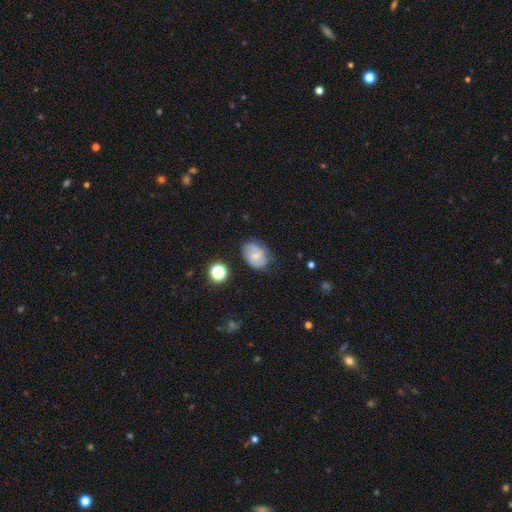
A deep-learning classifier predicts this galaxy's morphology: This appears to be a featured or disk galaxy (47%). Merging: none (64%).